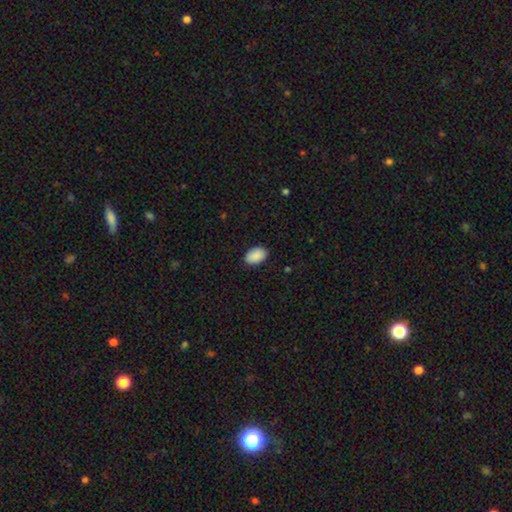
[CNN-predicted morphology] Overall: smooth (91%). How rounded: in between (91%). Merging: none (88%).